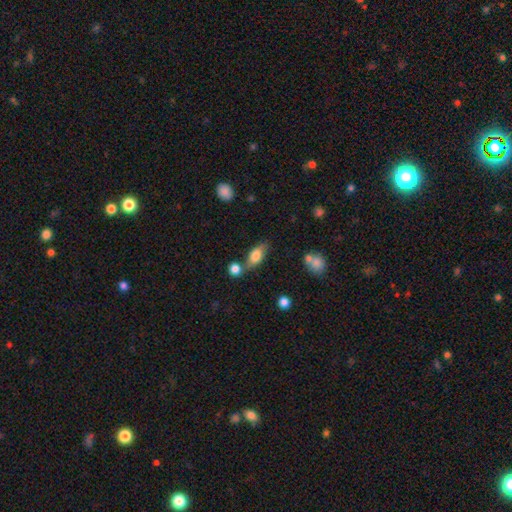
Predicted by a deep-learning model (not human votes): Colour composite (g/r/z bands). It shows a smooth galaxy with no disk features (73%) that is in between round and cigar-shaped (79%). Merging: none (63%).